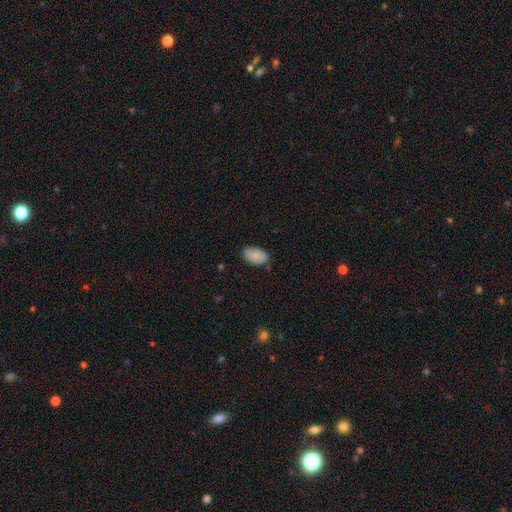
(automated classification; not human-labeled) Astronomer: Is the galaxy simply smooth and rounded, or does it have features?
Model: smooth — 86%.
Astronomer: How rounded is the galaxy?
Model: in between — 93%.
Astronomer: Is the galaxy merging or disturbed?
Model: none — 81%.